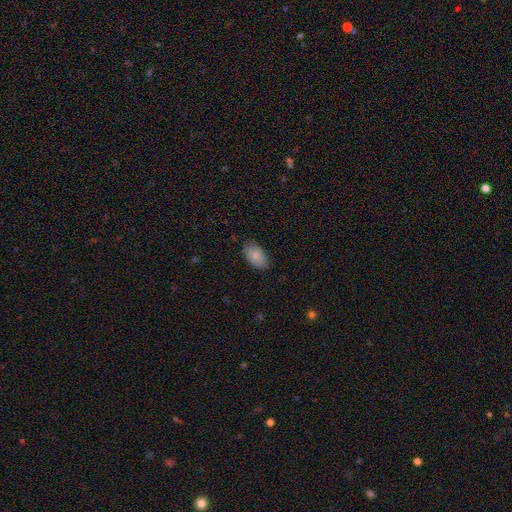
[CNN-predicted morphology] Q: Smooth or featured?
A: smooth (87%); runner-up: star or artifact (6%)
Q: How rounded?
A: in between (94%); runner-up: round (4%)
Q: Merging?
A: none (82%); runner-up: minor disturbance (14%)